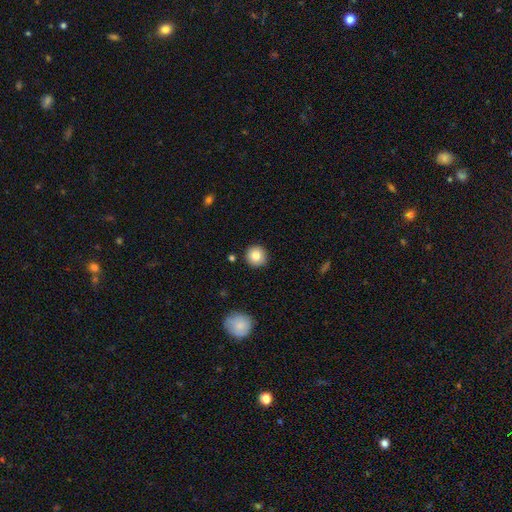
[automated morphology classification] The model was most divided on "smooth or featured": smooth: 83%, star or artifact: 9%, featured or disk: 8%. More confident: how rounded — round (94%); merging — none (90%).